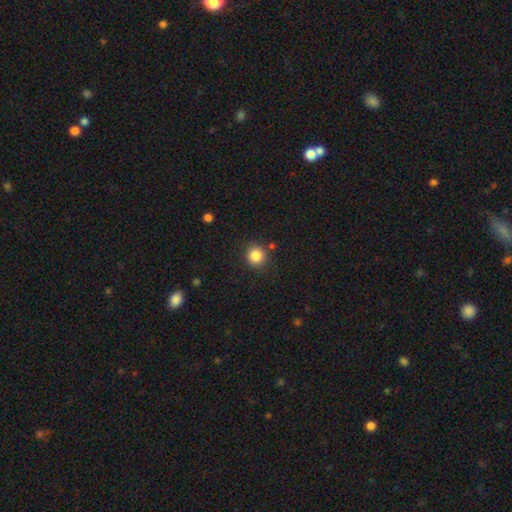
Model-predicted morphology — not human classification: smooth_or_featured: smooth (p=0.85) [alt: star or artifact p=0.11]
how_rounded: round (p=0.91) [alt: in between p=0.08]
merging: none (p=0.85) [alt: minor disturbance p=0.08]